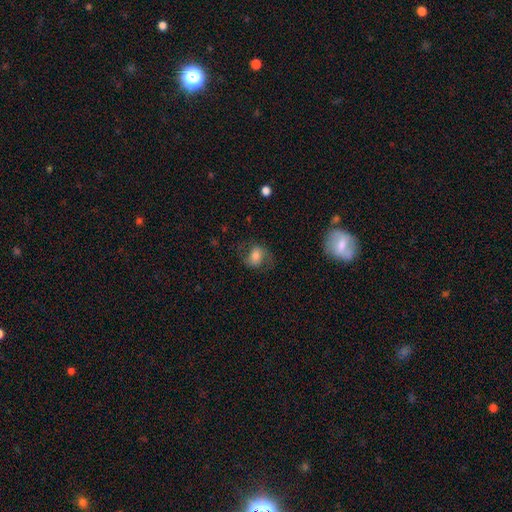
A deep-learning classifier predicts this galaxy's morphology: smooth 50%, featured or disk 40%, star or artifact 10%. Down the decision tree: how rounded — in between (54%); merging — none (67%).